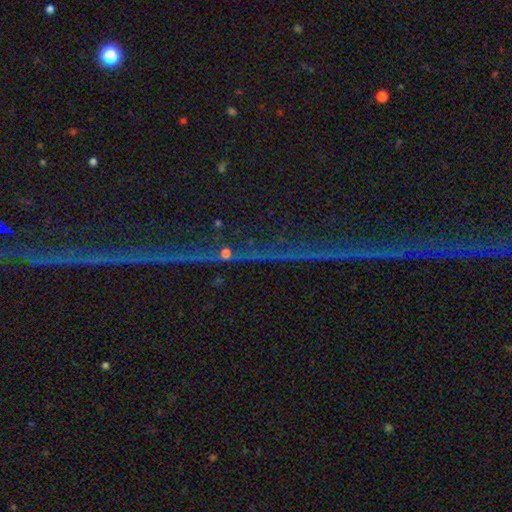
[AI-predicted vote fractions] Q: Smooth or featured?
A: star or artifact (85%); runner-up: featured or disk (9%)